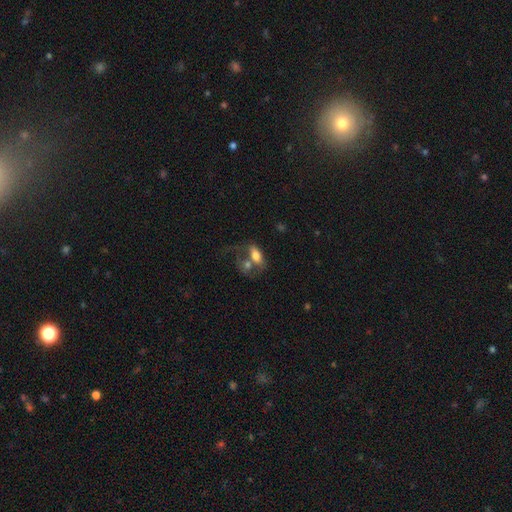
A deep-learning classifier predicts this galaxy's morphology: Smooth or featured? Predicted: smooth (p=0.69). How rounded? Predicted: in between (p=0.86). Merging? Predicted: merger (p=0.59).